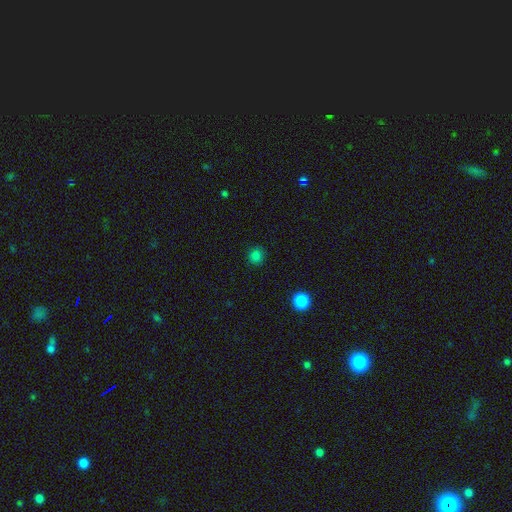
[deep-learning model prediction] Smooth or featured? smooth (80%)
How rounded? round (92%)
Merging? none (90%)